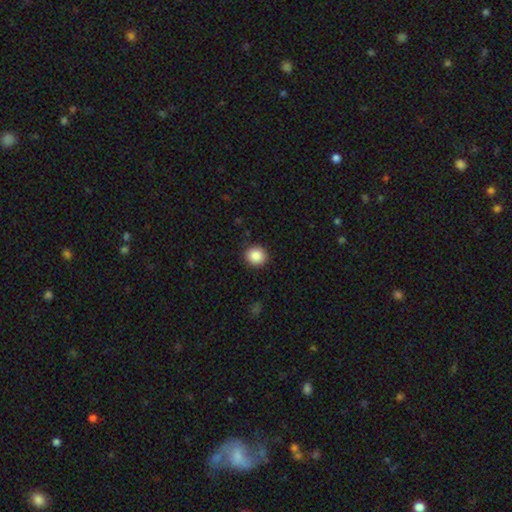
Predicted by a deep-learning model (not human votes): Q: Smooth or featured?
A: smooth (87%); runner-up: star or artifact (9%)
Q: How rounded?
A: round (91%); runner-up: in between (8%)
Q: Merging?
A: none (91%); runner-up: minor disturbance (6%)